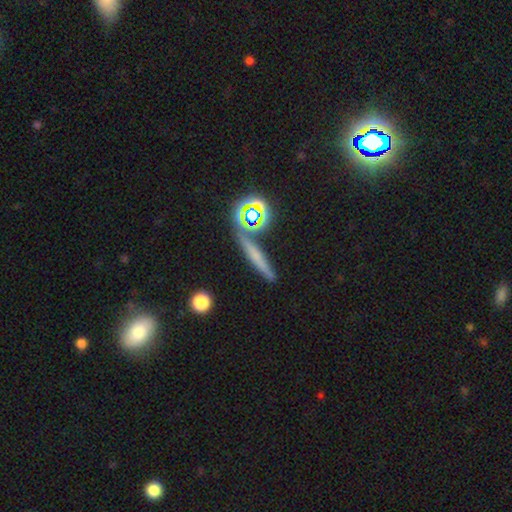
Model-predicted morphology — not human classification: Smooth or featured? smooth (51%)
How rounded? cigar-shaped (75%)
Merging? none (75%)